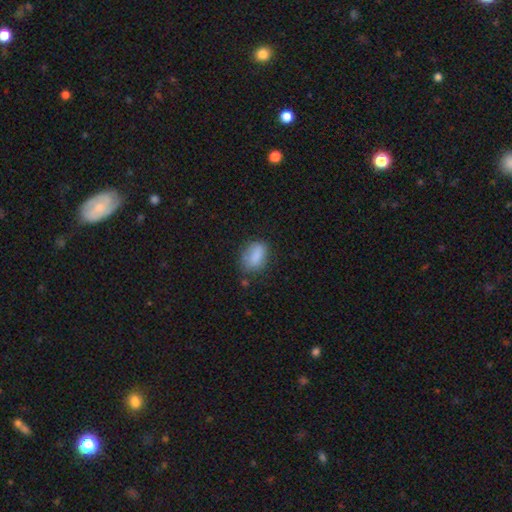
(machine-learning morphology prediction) Overall: smooth (83%). How rounded: in between (82%). Merging: none (65%).